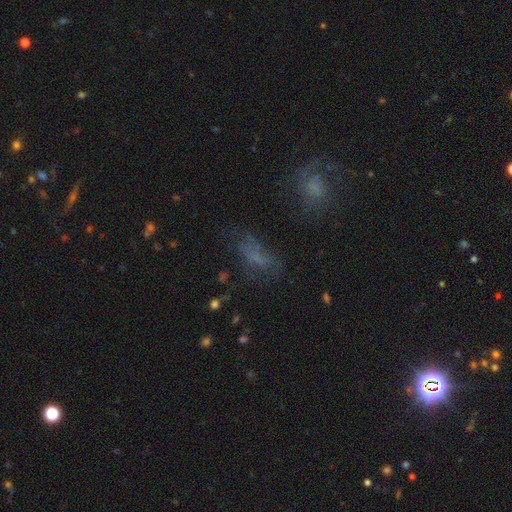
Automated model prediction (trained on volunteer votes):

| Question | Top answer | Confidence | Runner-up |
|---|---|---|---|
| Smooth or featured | smooth | 51% | featured or disk (25%) |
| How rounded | in between | 74% | cigar-shaped (18%) |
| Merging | none | 47% | major disturbance (23%) |